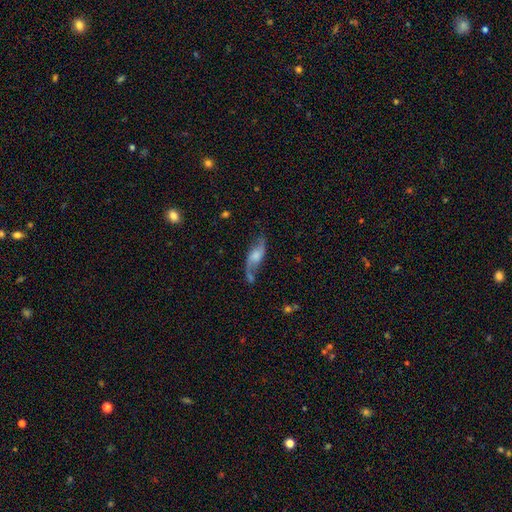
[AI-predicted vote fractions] Smooth or featured: featured or disk — 72% (smooth — 21%)
Edge-on disk: no — 87% (yes — 13%)
Bar: no — 56% (weak — 36%)
Spiral arms: yes — 92% (no — 8%)
Spiral winding: loose — 77% (medium — 18%)
Spiral arm count: 2 — 90% (1 — 4%)
Bulge size: moderate — 35% (small — 25%)
Merging: none — 60% (minor disturbance — 21%)